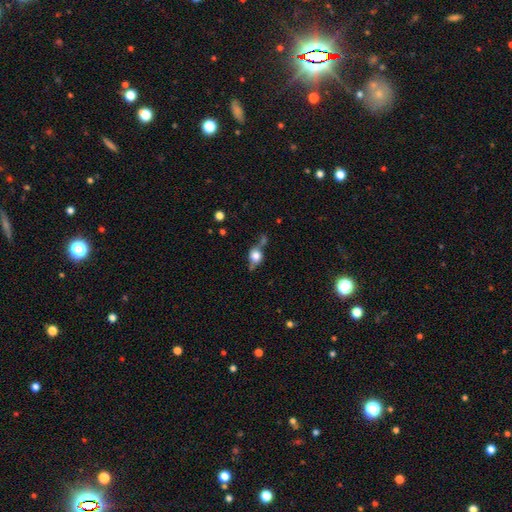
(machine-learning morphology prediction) Smooth or featured? Predicted: smooth (p=0.48). Merging? Predicted: none (p=0.53).